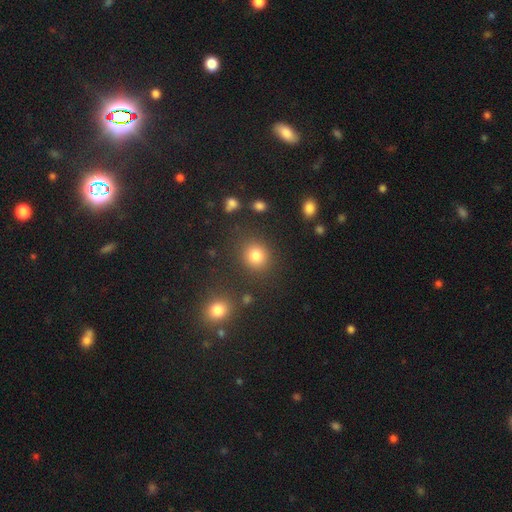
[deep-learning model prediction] smooth 81%, star or artifact 13%, featured or disk 6%. Down the decision tree: how rounded — round (84%); merging — none (84%).